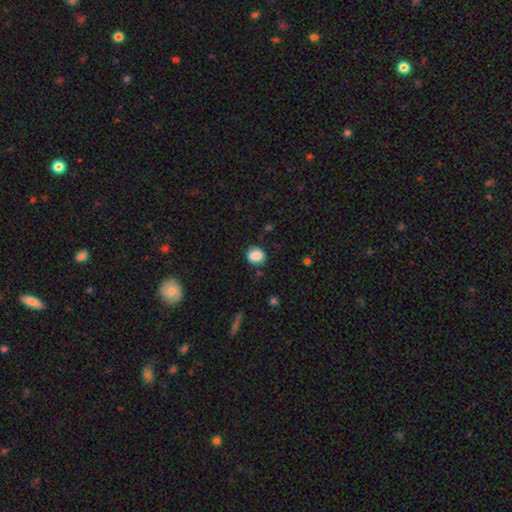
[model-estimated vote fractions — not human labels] This is clearly a smooth galaxy (85%). How rounded: possibly round (56%). Merging: clearly none (80%).